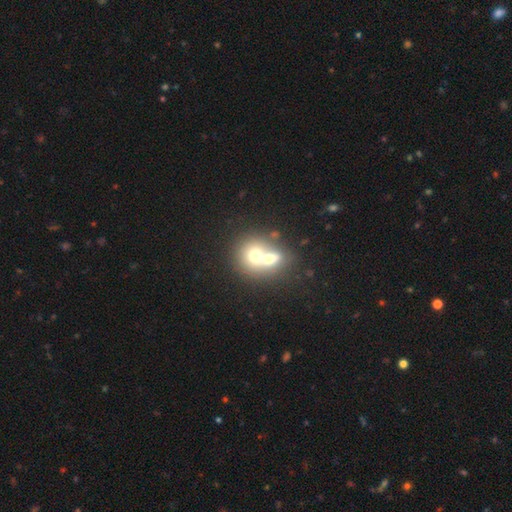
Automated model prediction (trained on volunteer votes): Q: Smooth or featured?
A: smooth (65%); runner-up: featured or disk (25%)
Q: How rounded?
A: round (71%); runner-up: in between (28%)
Q: Merging?
A: merger (70%); runner-up: none (21%)